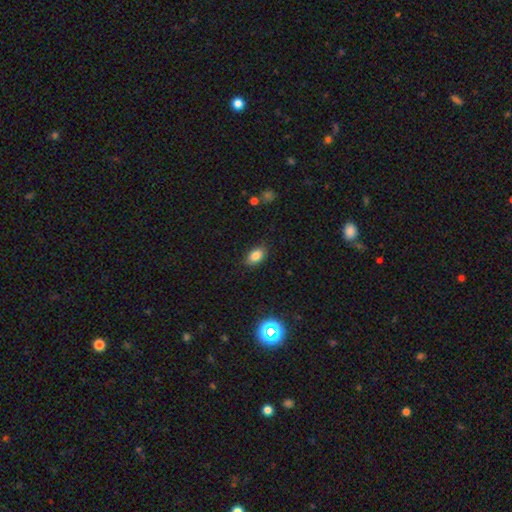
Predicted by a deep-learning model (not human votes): Smooth or featured? Predicted: smooth (p=0.82). How rounded? Predicted: in between (p=0.86). Merging? Predicted: none (p=0.85).